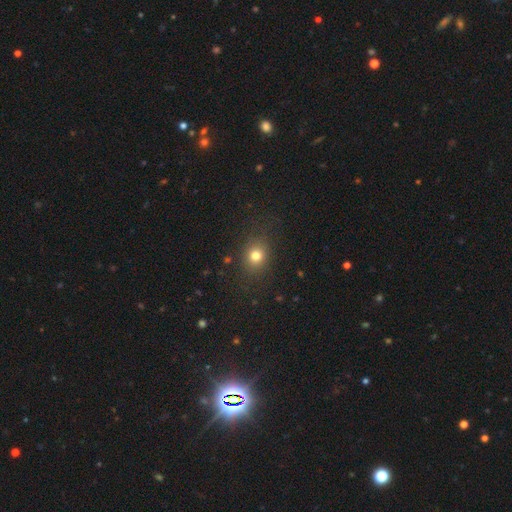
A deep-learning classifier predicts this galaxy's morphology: This appears to be a smooth galaxy with no disk features (78%) that is round (65%). Merging: none (84%).